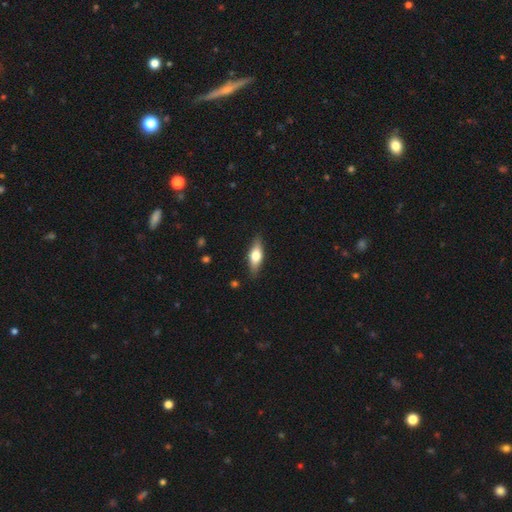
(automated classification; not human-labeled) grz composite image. It shows a smooth galaxy with no disk features (54%) that is in between round and cigar-shaped (61%). Merging: none (86%).